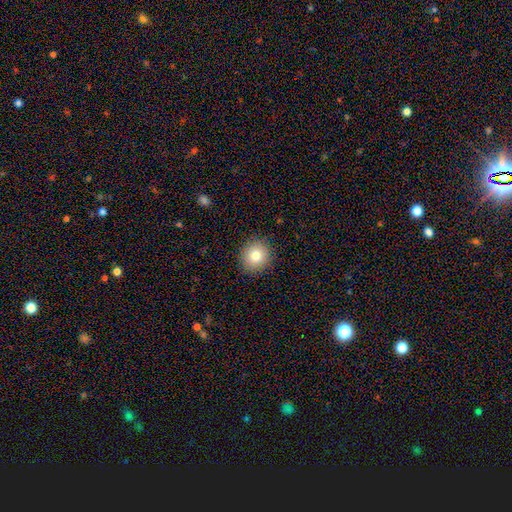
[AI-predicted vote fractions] smooth_or_featured: smooth (p=0.79) [alt: star or artifact p=0.11]
how_rounded: round (p=0.86) [alt: in between p=0.13]
merging: none (p=0.90) [alt: minor disturbance p=0.07]